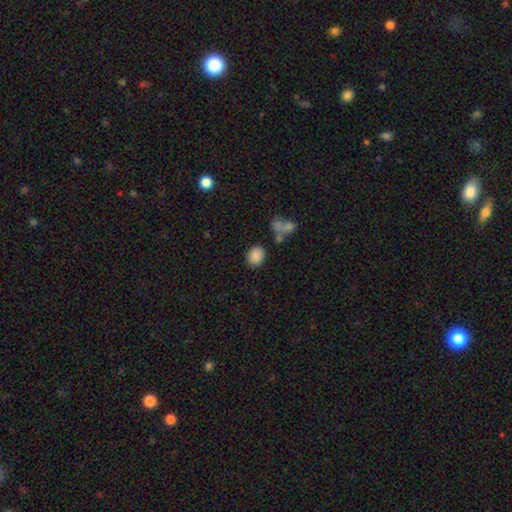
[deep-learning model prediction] smooth_or_featured: smooth (p=0.85) [alt: star or artifact p=0.10]
how_rounded: round (p=0.66) [alt: in between p=0.33]
merging: none (p=0.81) [alt: minor disturbance p=0.10]